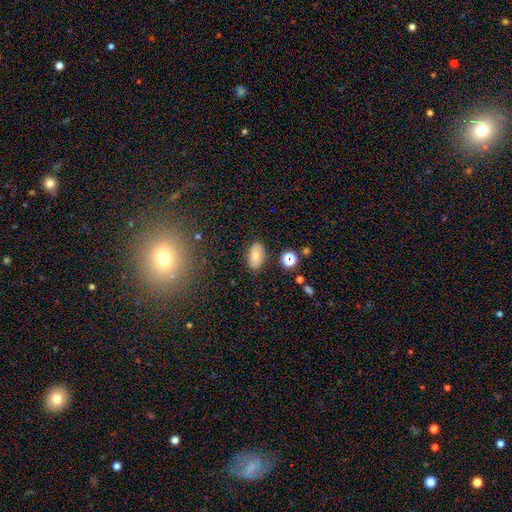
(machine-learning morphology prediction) A smooth galaxy with no disk features (66%) that is in between round and cigar-shaped (91%). Merging: none (82%).